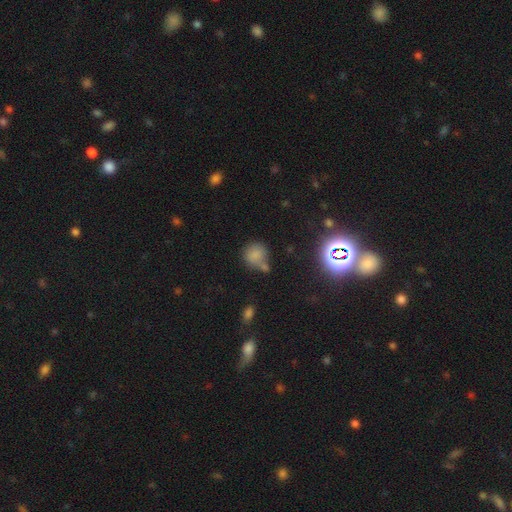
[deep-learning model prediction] A smooth galaxy with no disk features (74%) that is round (80%). Merging: none (49%).